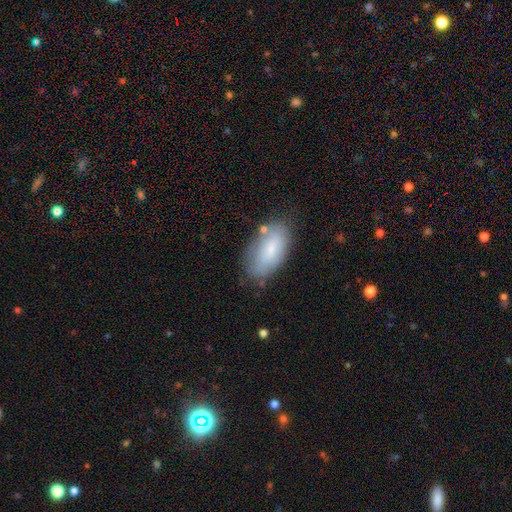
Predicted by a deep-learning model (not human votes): This is likely a smooth galaxy (68%). How rounded: clearly in between (91%). Merging: likely none (72%).